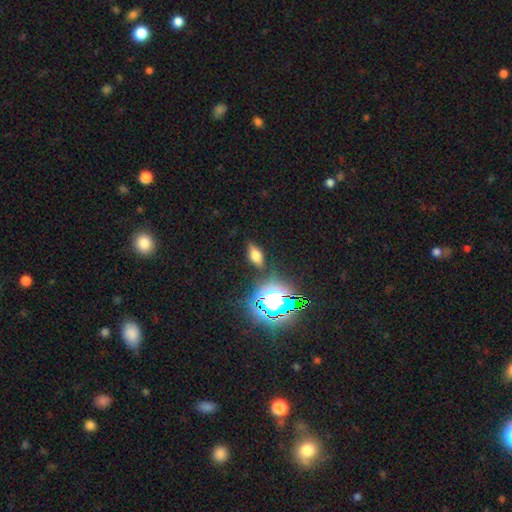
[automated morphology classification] smooth 60%, star or artifact 24%, featured or disk 17%. Down the decision tree: how rounded — in between (83%); merging — none (82%).